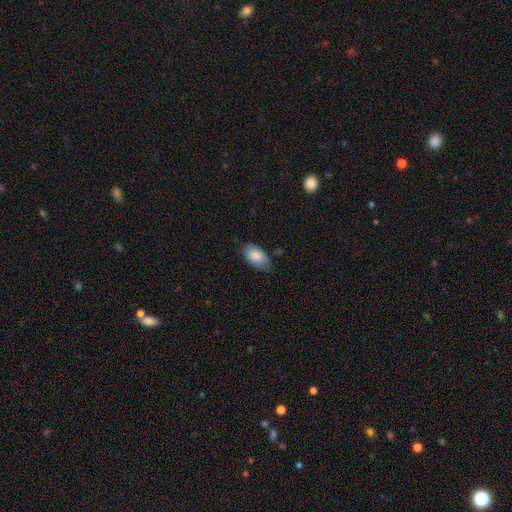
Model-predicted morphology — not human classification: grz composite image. It shows a smooth galaxy with no disk features (86%) that is in between round and cigar-shaped (94%). Merging: none (71%).